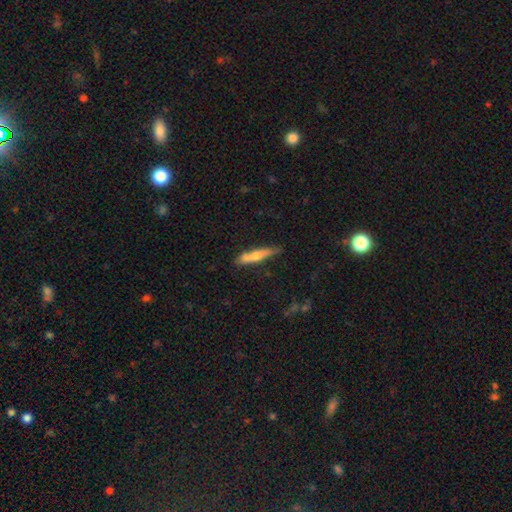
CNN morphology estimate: Smooth or featured? Predicted: smooth (p=0.52). How rounded? Predicted: cigar-shaped (p=0.87). Merging? Predicted: none (p=0.72).